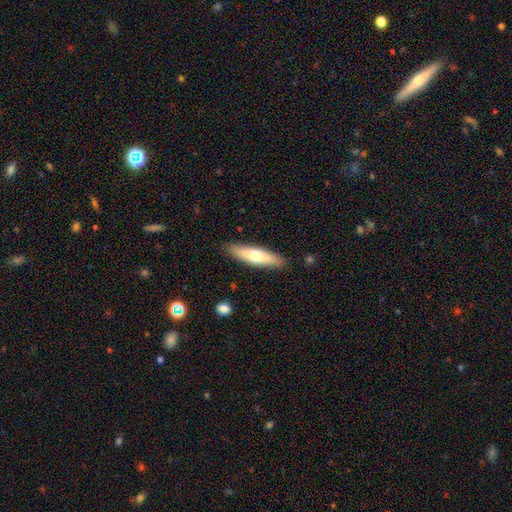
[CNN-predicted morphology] smooth-or-featured: smooth: 58% | featured or disk: 37% | star or artifact: 5%
  how-rounded: cigar-shaped: 67% | in between: 31% | round: 2%
  merging: none: 88% | minor disturbance: 8% | major disturbance: 2% | merger: 1%